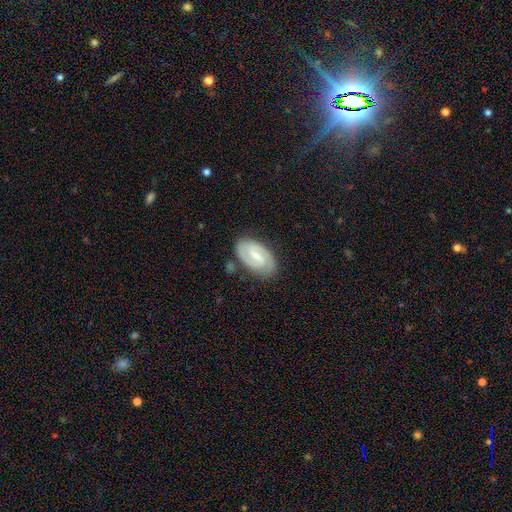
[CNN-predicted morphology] The model was most divided on "spiral winding": medium: 47%, tight: 41%, loose: 12%. More confident: edge-on disk — no (97%); spiral arms — yes (95%); spiral arm count — 2 (89%); smooth or featured — featured or disk (81%); merging — none (80%); bulge size — small (60%); bar — weak (57%).